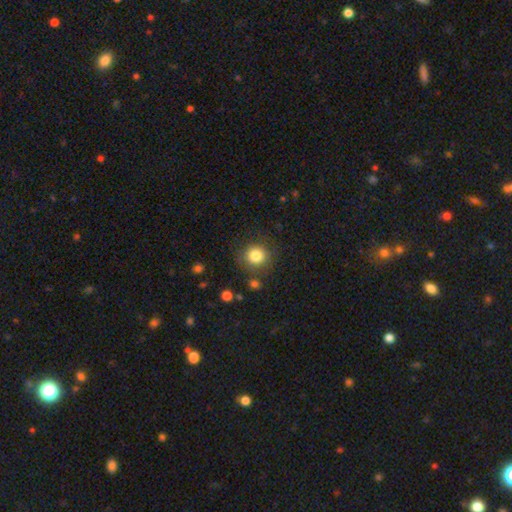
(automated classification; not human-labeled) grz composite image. It shows a smooth galaxy with no disk features (82%) that is round (91%). Merging: none (82%).